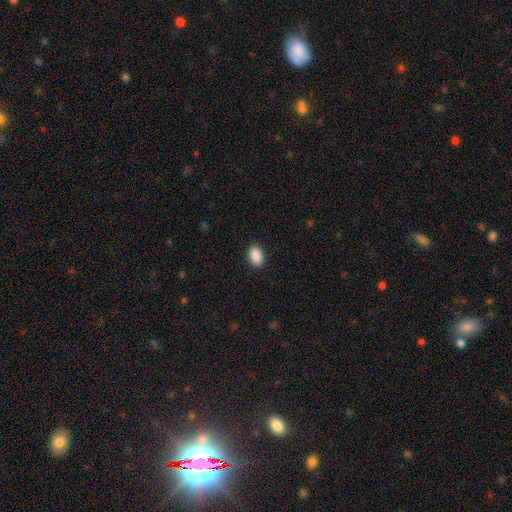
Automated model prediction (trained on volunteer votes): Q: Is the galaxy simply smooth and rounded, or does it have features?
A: smooth — 90%.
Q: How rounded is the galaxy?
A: in between — 88%.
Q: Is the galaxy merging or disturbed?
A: none — 90%.